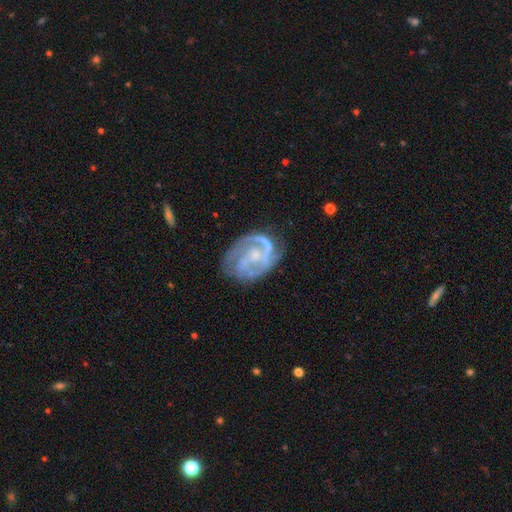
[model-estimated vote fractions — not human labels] smooth-or-featured: featured or disk: 85% | smooth: 9% | star or artifact: 6%
  disk-edge-on: no: 98% | yes: 2%
    bar: no: 55% | weak: 37% | strong: 9%
    has-spiral-arms: yes: 93% | no: 7%
      spiral-winding: medium: 47% | tight: 35% | loose: 18%
      spiral-arm-count: 2: 49% | 3: 19% | can't tell: 17% | 1: 7% | 4: 4% | more than 4: 4%
    bulge-size: small: 52% | moderate: 27% | none: 17% | large: 2% | dominant: 1%
  merging: none: 61% | minor disturbance: 21% | major disturbance: 16% | merger: 3%